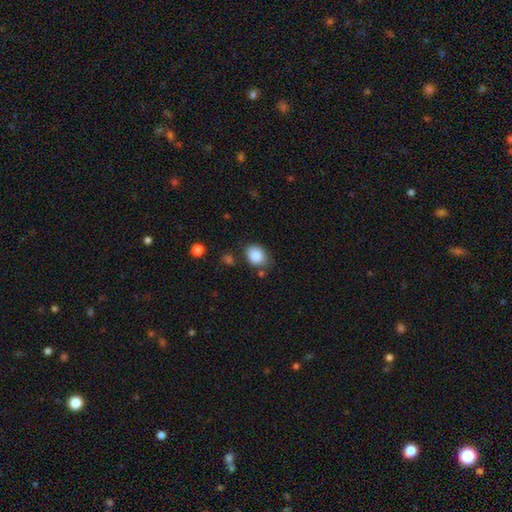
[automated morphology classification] smooth_or_featured: smooth (p=0.85) [alt: star or artifact p=0.08]
how_rounded: in between (p=0.58) [alt: round p=0.41]
merging: none (p=0.74) [alt: minor disturbance p=0.17]